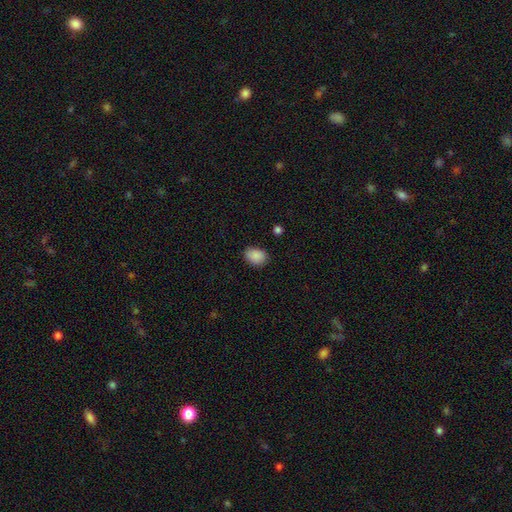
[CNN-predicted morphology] Q: Smooth or featured?
A: smooth (89%); runner-up: star or artifact (8%)
Q: How rounded?
A: in between (70%); runner-up: round (29%)
Q: Merging?
A: none (83%); runner-up: minor disturbance (13%)